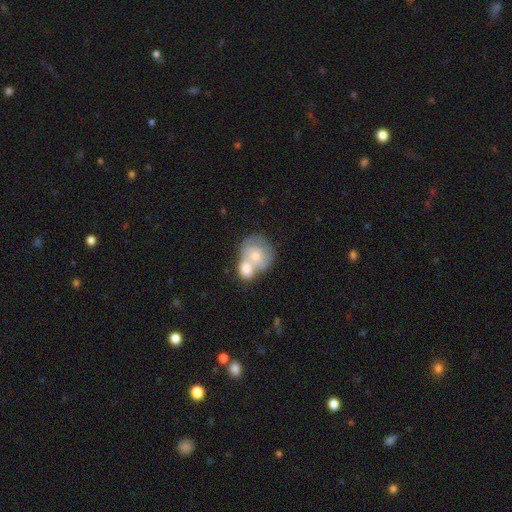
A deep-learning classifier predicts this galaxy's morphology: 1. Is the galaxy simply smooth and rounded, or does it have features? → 65% smooth, 29% featured or disk, 6% star or artifact.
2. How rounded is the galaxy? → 68% round, 31% in between, 1% cigar-shaped.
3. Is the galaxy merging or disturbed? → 70% merger, 18% none, 8% minor disturbance, 4% major disturbance.